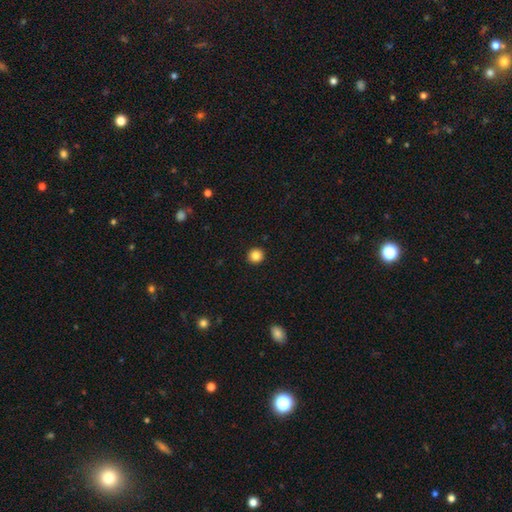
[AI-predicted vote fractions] This is clearly a smooth galaxy (85%). How rounded: clearly round (93%). Merging: clearly none (94%).